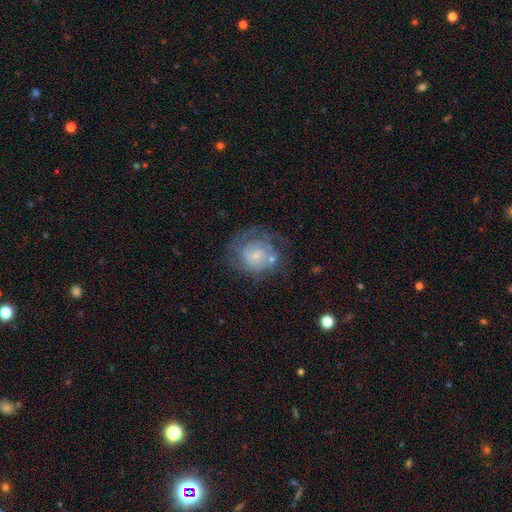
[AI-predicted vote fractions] Smooth or featured: featured or disk — 71% (smooth — 21%)
Edge-on disk: no — 98% (yes — 2%)
Bar: no — 74% (weak — 22%)
Spiral arms: yes — 86% (no — 14%)
Spiral winding: tight — 60% (medium — 30%)
Spiral arm count: can't tell — 43% (2 — 23%)
Bulge size: small — 71% (moderate — 19%)
Merging: none — 57% (minor disturbance — 20%)